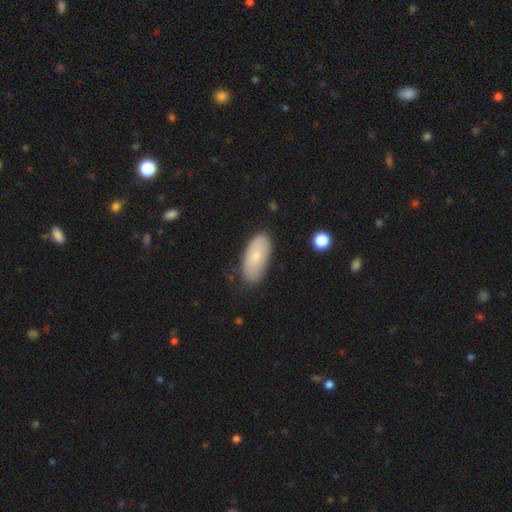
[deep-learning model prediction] Overall: smooth (74%). How rounded: in between (91%). Merging: none (77%).